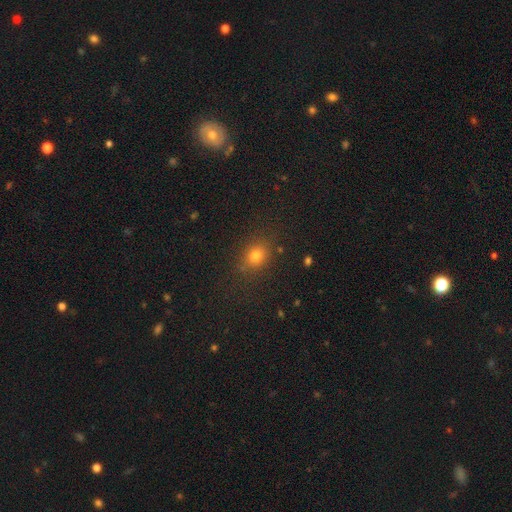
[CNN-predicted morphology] Smooth or featured?
  - smooth: 74% *
  - star or artifact: 17%
  - featured or disk: 8%
How rounded?
  - round: 54% *
  - in between: 44%
  - cigar-shaped: 2%
Merging?
  - none: 81% *
  - minor disturbance: 13%
  - major disturbance: 4%
  - merger: 2%